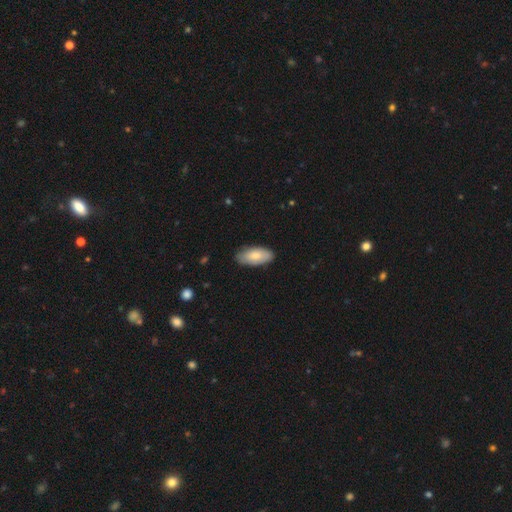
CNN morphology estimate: Q: Smooth or featured?
A: smooth (79%); runner-up: featured or disk (16%)
Q: How rounded?
A: in between (91%); runner-up: cigar-shaped (7%)
Q: Merging?
A: none (84%); runner-up: minor disturbance (13%)